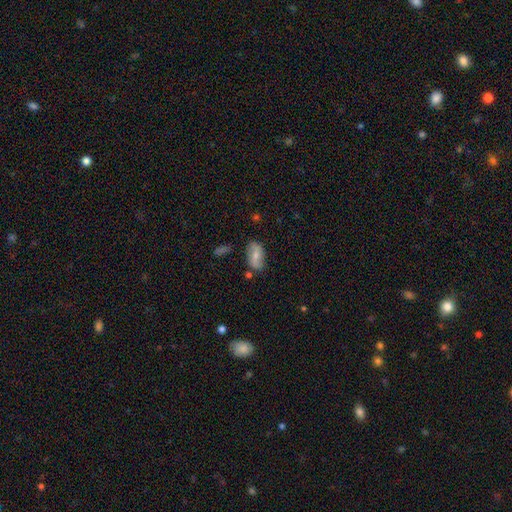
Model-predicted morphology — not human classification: Overall: smooth (55%; featured or disk 38%). How rounded: in between (91%). Merging: none (74%).